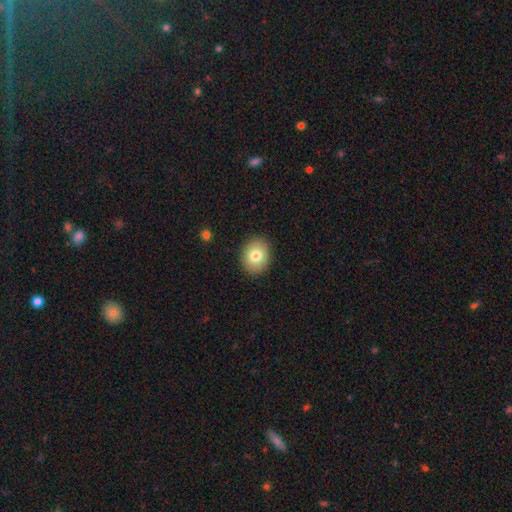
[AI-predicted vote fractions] Smooth or featured? smooth (79%)
How rounded? round (55%)
Merging? none (90%)